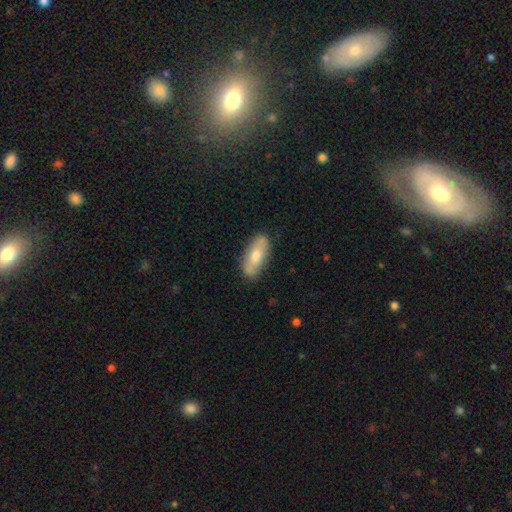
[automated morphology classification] smooth_or_featured: smooth (p=0.61) [alt: featured or disk p=0.33]
how_rounded: in between (p=0.79) [alt: cigar-shaped p=0.18]
merging: none (p=0.83) [alt: minor disturbance p=0.13]